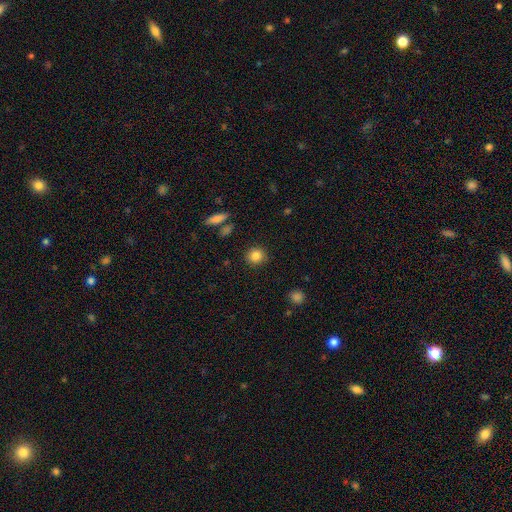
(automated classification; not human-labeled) smooth_or_featured: smooth (p=0.84) [alt: star or artifact p=0.10]
how_rounded: round (p=0.88) [alt: in between p=0.11]
merging: none (p=0.89) [alt: minor disturbance p=0.07]